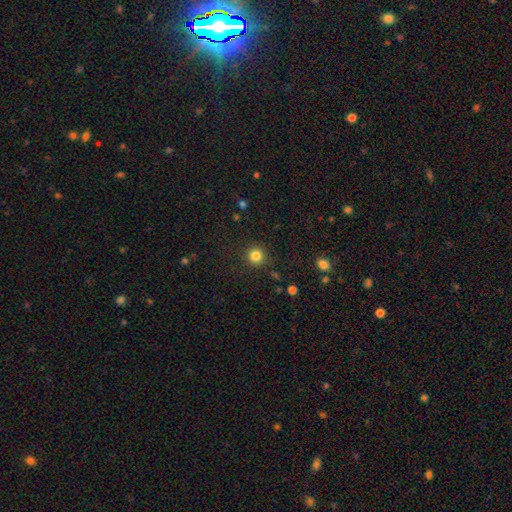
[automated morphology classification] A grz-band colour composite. It shows a smooth galaxy with no disk features (83%) that is round (94%). Merging: none (90%).